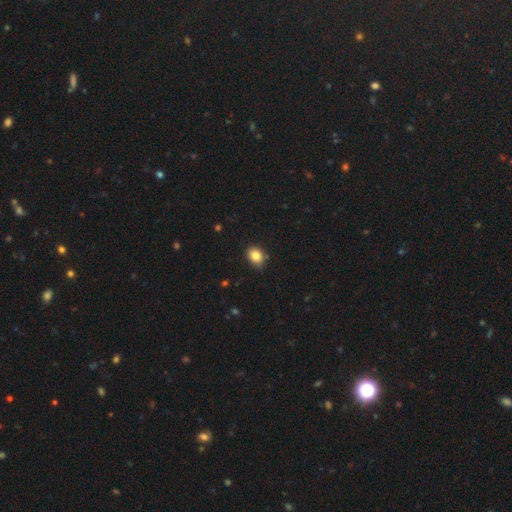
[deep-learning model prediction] Morphology: type=smooth (83%); roundness=in between (58%); merging=none (79%).